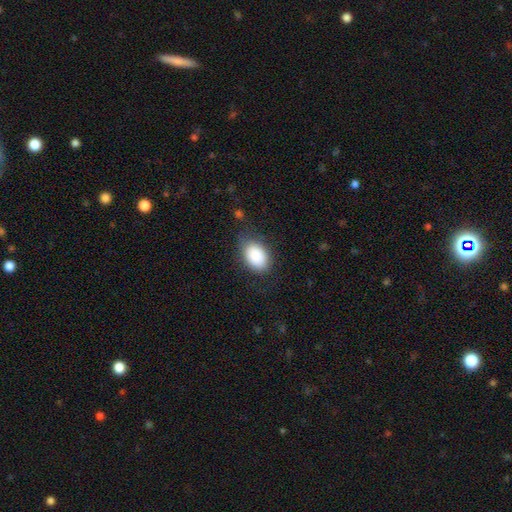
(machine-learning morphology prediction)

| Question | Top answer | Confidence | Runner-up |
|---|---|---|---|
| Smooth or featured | smooth | 89% | star or artifact (7%) |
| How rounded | in between | 88% | round (10%) |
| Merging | none | 75% | minor disturbance (17%) |